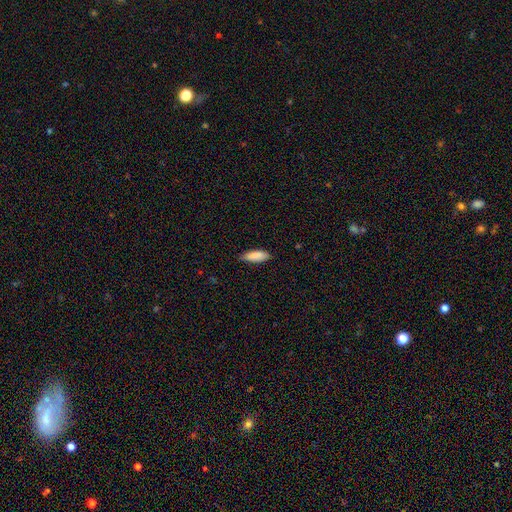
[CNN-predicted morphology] Overall: smooth (88%). How rounded: in between (69%; cigar-shaped 29%). Merging: none (78%).